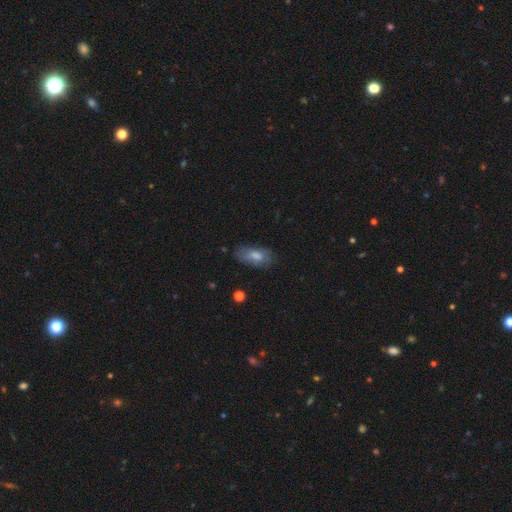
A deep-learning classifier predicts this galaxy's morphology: The model was most divided on "merging": none: 62%, minor disturbance: 25%, major disturbance: 10%, merger: 2%. More confident: how rounded — in between (86%); smooth or featured — smooth (69%).